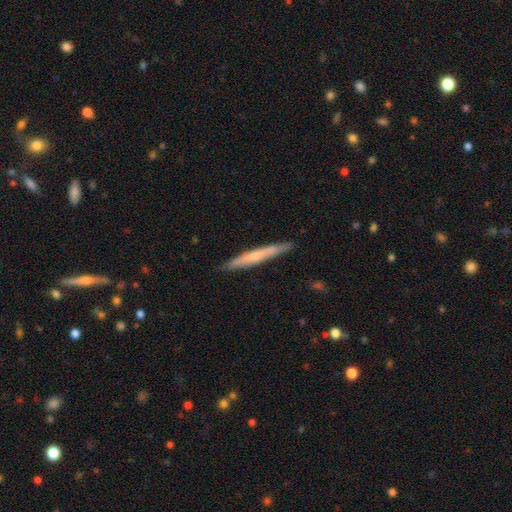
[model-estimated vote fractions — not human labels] This appears to be a smooth galaxy with no disk features (49%). Merging: none (89%).